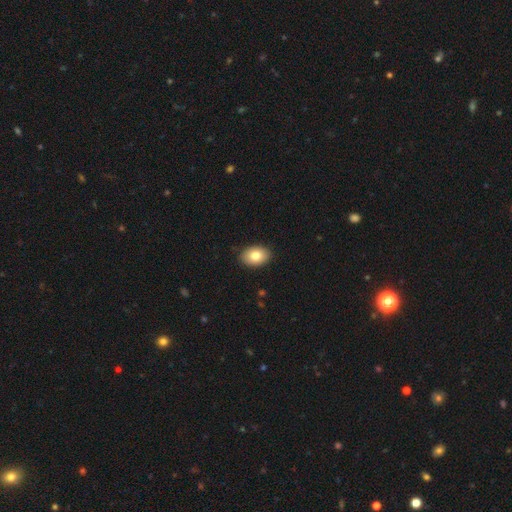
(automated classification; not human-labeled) A smooth galaxy with no disk features (81%) that is in between round and cigar-shaped (82%). Merging: none (89%).